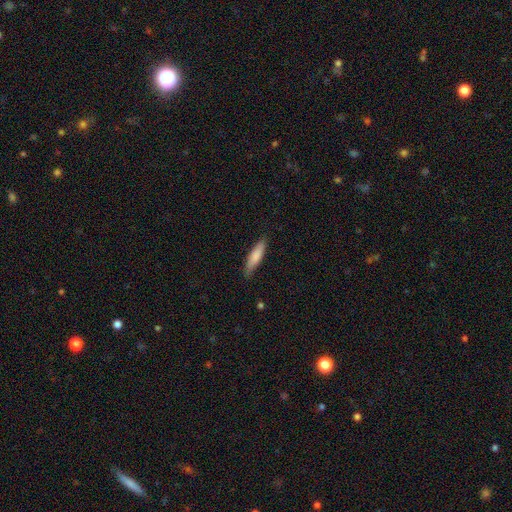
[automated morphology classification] Smooth or featured: smooth — 80% (featured or disk — 15%)
How rounded: cigar-shaped — 73% (in between — 25%)
Merging: none — 81% (minor disturbance — 15%)